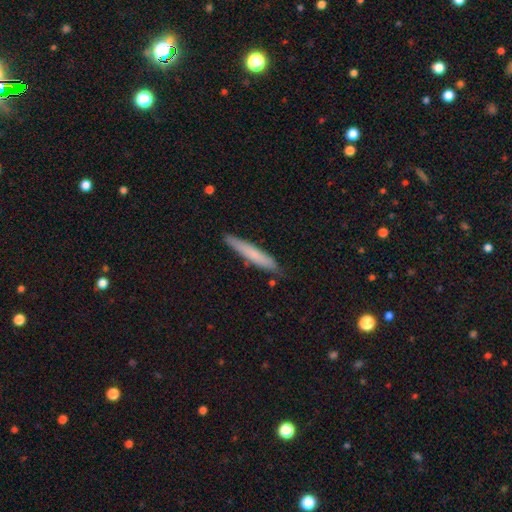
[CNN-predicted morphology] Overall: smooth (71%). How rounded: cigar-shaped (94%). Merging: none (85%).